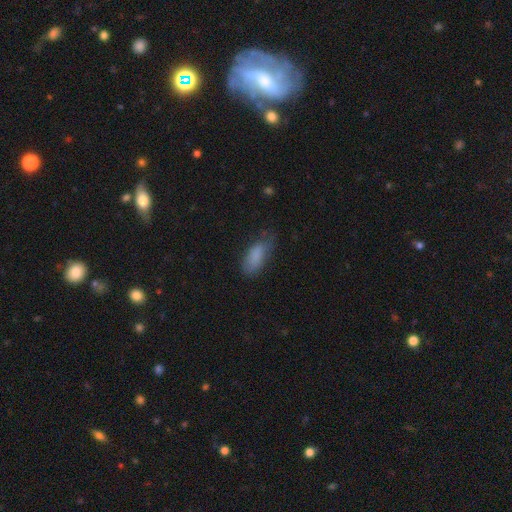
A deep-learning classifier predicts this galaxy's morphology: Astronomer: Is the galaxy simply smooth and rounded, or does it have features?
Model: smooth — 83%.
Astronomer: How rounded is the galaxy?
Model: in between — 83%.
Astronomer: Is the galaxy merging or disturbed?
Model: none — 53% (runner-up: minor disturbance, 32%).